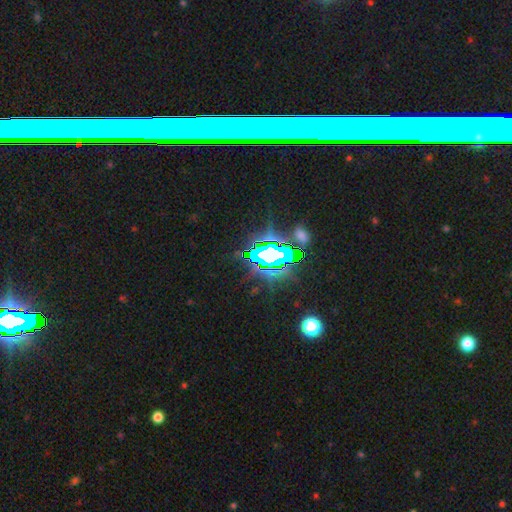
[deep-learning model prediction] smooth_or_featured: star or artifact (p=0.62) [alt: smooth p=0.20]